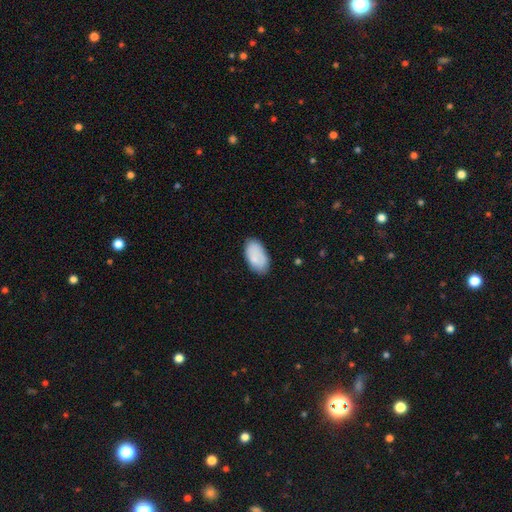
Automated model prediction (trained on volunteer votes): Smooth or featured?
  - smooth: 80% *
  - featured or disk: 13%
  - star or artifact: 7%
How rounded?
  - in between: 95% *
  - round: 3%
  - cigar-shaped: 2%
Merging?
  - none: 77% *
  - minor disturbance: 17%
  - major disturbance: 3%
  - merger: 2%